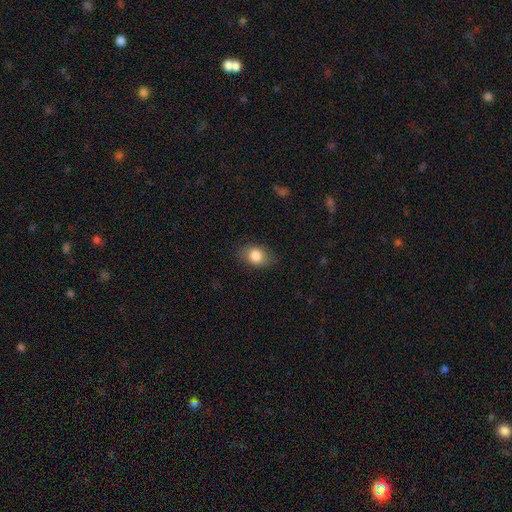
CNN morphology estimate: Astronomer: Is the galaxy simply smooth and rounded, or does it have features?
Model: smooth — 83%.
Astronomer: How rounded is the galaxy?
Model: in between — 71%.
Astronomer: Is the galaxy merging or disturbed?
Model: none — 81%.